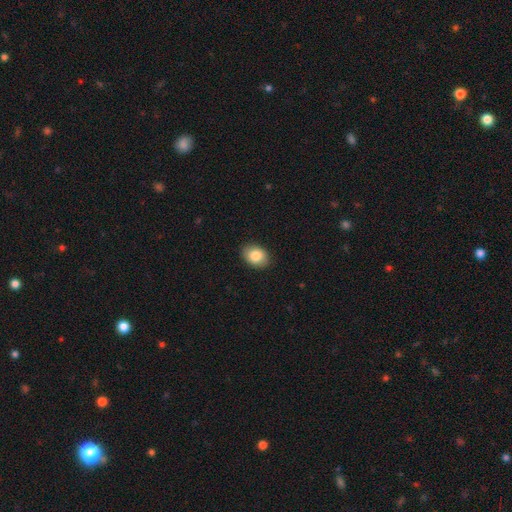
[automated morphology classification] smooth-or-featured: smooth: 85% | featured or disk: 7% | star or artifact: 7%
  how-rounded: in between: 73% | round: 26% | cigar-shaped: 1%
  merging: none: 88% | minor disturbance: 9% | major disturbance: 2% | merger: 1%